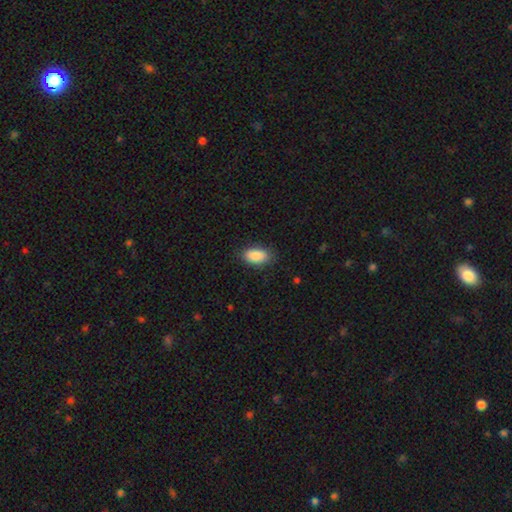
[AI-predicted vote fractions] Smooth or featured: smooth — 90% (star or artifact — 7%)
How rounded: in between — 93% (round — 4%)
Merging: none — 84% (minor disturbance — 12%)